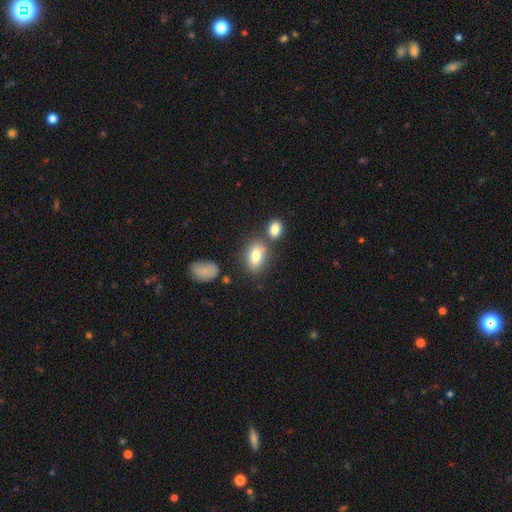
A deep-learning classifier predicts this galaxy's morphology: A smooth galaxy with no disk features (75%) that is in between round and cigar-shaped (83%).

Vote fractions:
- Smooth or featured? smooth: 75% / featured or disk: 16% / star or artifact: 9%
- How rounded? in between: 83% / round: 12% / cigar-shaped: 5%
- Merging? none: 63% / merger: 18% / minor disturbance: 14% / major disturbance: 5%